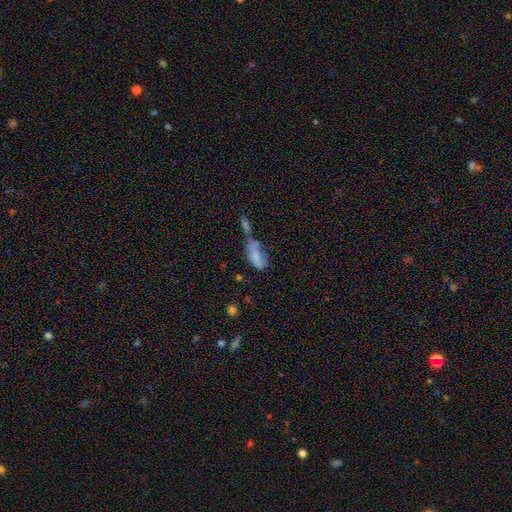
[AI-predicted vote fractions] Q: Smooth or featured?
A: smooth (68%); runner-up: featured or disk (21%)
Q: How rounded?
A: in between (78%); runner-up: cigar-shaped (18%)
Q: Merging?
A: merger (49%); runner-up: major disturbance (18%)